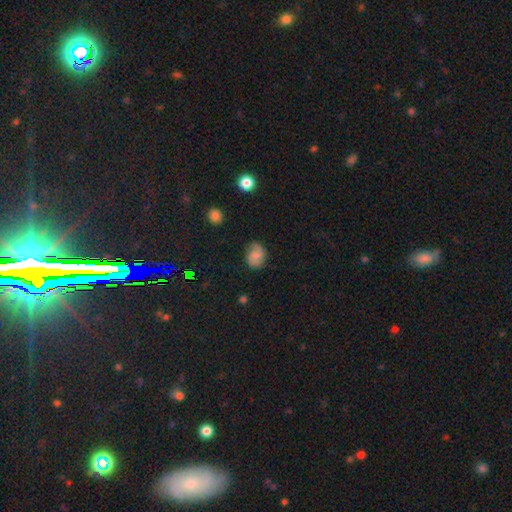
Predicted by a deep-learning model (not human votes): smooth 48%, featured or disk 41%, star or artifact 11%. Down the decision tree: merging — none (70%).